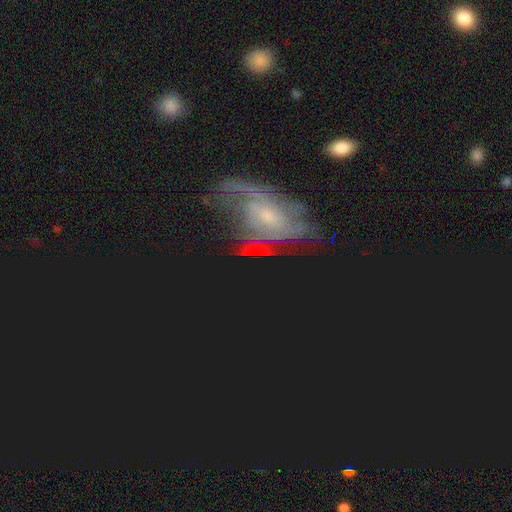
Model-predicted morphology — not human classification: Overall: featured or disk (60%; star or artifact 24%). Edge-on disk: no (84%). Bar: no (57%; weak 26%). Spiral arms: yes (79%). Bulge size: small (45%; moderate 33%). Merging: none (72%).